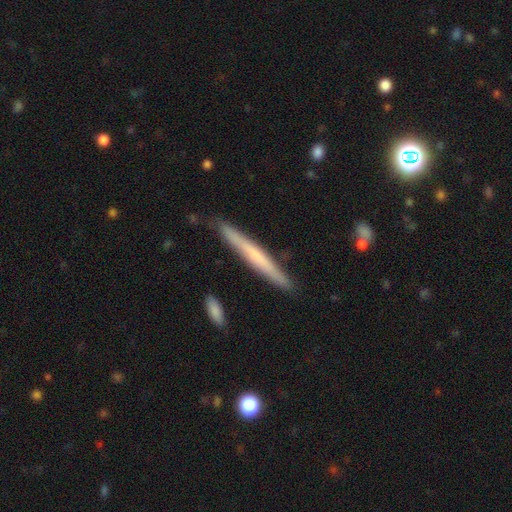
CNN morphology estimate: The model was most divided on "smooth or featured": smooth: 49%, featured or disk: 45%, star or artifact: 6%. More confident: merging — none (87%).